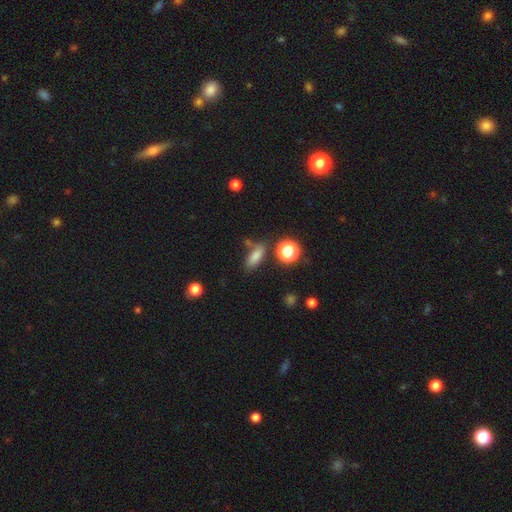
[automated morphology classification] Smooth or featured? Predicted: smooth (p=0.79). How rounded? Predicted: in between (p=0.70). Merging? Predicted: none (p=0.66).